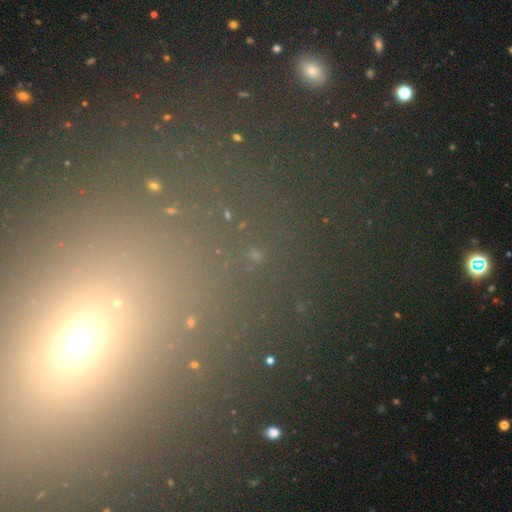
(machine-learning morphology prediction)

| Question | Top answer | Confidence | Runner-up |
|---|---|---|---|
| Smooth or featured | star or artifact | 63% | smooth (27%) |